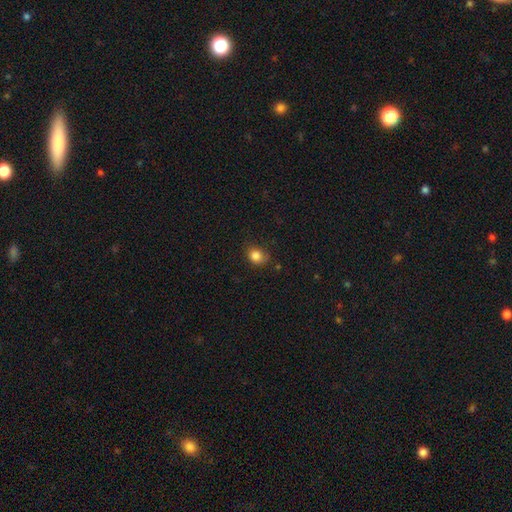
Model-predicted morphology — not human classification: type=smooth (84%); roundness=round (62%); merging=none (71%).